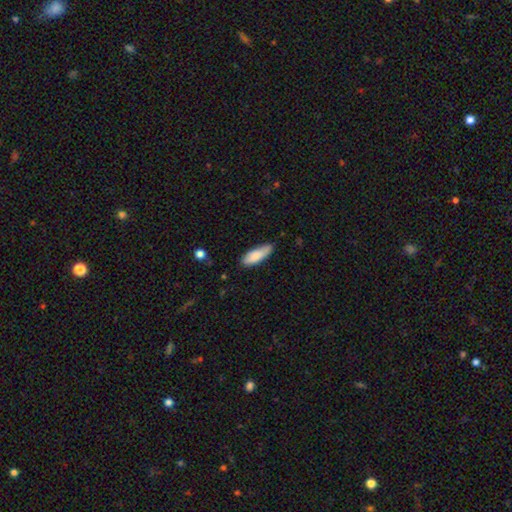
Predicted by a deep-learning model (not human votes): Morphology: type=smooth (85%); roundness=in between (61%); merging=none (67%).